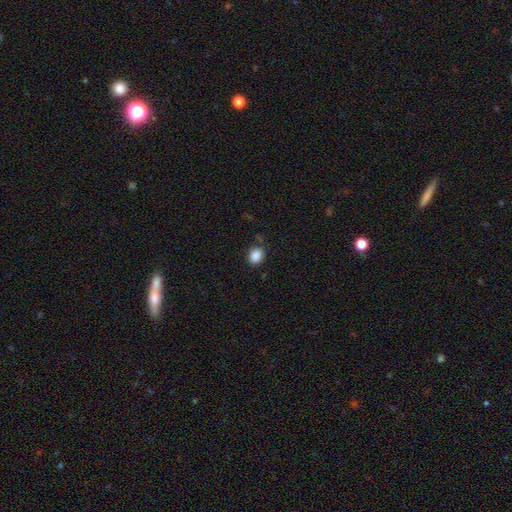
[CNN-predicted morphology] This is clearly a smooth galaxy (87%). How rounded: possibly in between (55%). Merging: clearly none (82%).